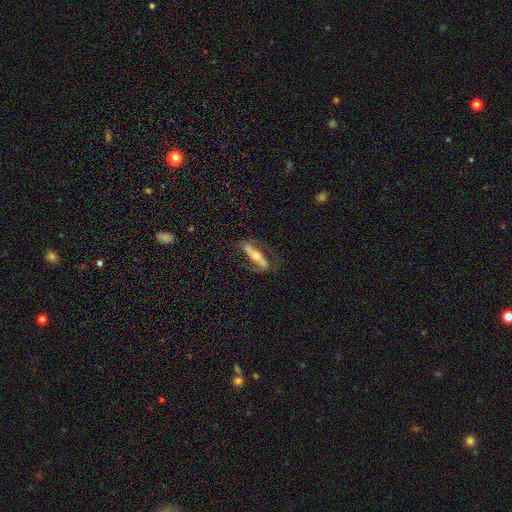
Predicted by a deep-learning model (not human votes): Q: Smooth or featured?
A: featured or disk (68%); runner-up: smooth (26%)
Q: Edge-on disk?
A: no (52%); runner-up: yes (48%)
Q: Merging?
A: none (59%); runner-up: minor disturbance (19%)